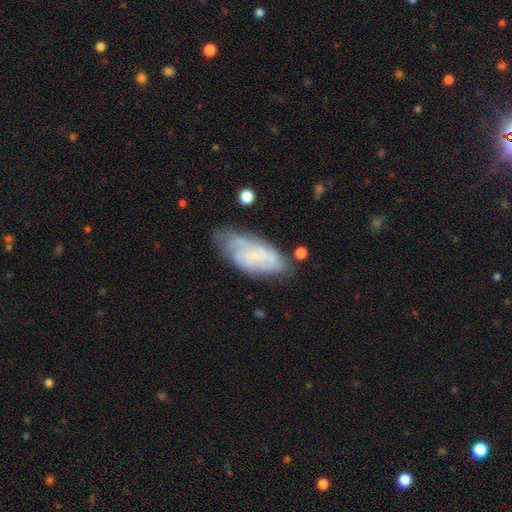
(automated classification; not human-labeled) smooth-or-featured: featured or disk: 63% | smooth: 30% | star or artifact: 7%
  disk-edge-on: no: 93% | yes: 7%
    bar: no: 69% | weak: 26% | strong: 5%
    has-spiral-arms: yes: 79% | no: 21%
    bulge-size: small: 68% | none: 19% | moderate: 10% | large: 1% | dominant: 1%
  merging: none: 54% | minor disturbance: 29% | major disturbance: 12% | merger: 4%